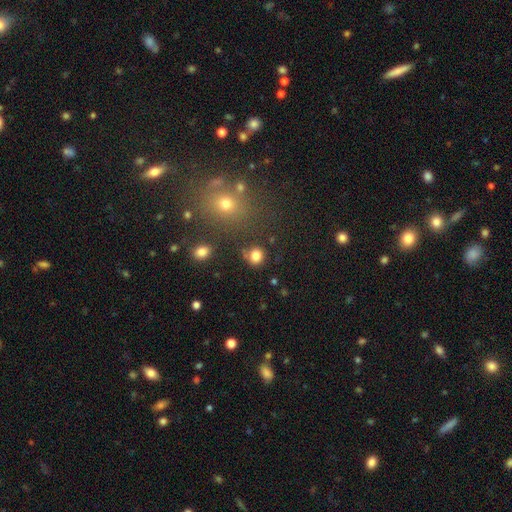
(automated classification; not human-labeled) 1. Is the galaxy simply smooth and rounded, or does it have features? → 82% smooth, 13% star or artifact, 5% featured or disk.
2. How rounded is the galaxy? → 83% round, 16% in between, 1% cigar-shaped.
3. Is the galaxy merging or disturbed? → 74% none, 14% minor disturbance, 7% merger, 5% major disturbance.